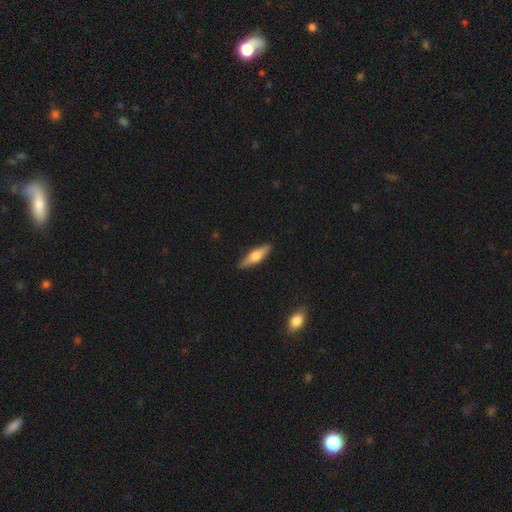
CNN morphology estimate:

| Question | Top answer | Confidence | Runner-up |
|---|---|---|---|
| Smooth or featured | smooth | 55% | featured or disk (39%) |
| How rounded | cigar-shaped | 62% | in between (36%) |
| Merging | none | 89% | minor disturbance (8%) |